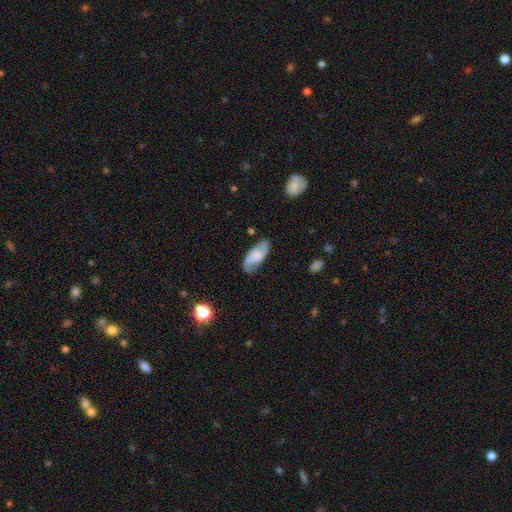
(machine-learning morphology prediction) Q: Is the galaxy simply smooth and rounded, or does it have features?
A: featured or disk — 55%.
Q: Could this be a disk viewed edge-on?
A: no — 91%.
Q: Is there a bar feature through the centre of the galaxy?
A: no — 53%.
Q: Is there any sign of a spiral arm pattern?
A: yes — 90%.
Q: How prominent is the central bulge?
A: none — 37%.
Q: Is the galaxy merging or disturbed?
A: none — 72%.